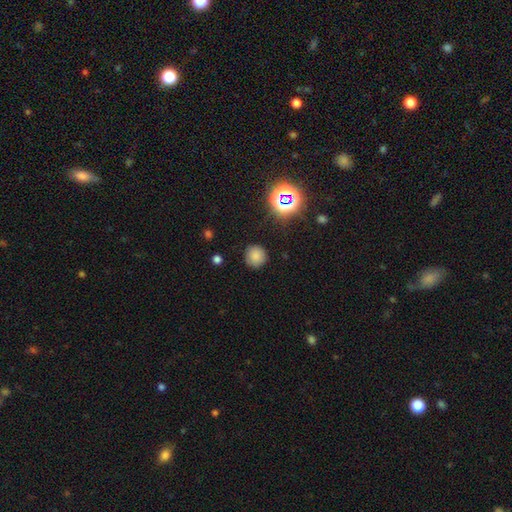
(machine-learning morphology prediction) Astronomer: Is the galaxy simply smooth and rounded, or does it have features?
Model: smooth — 78%.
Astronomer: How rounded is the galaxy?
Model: round — 93%.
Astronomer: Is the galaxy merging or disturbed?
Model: none — 87%.